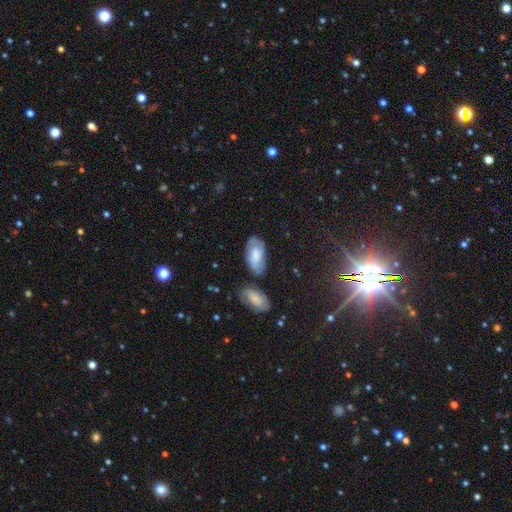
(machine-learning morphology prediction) The model was most divided on "smooth or featured": smooth: 51%, featured or disk: 41%, star or artifact: 8%. More confident: how rounded — in between (93%); merging — none (60%).